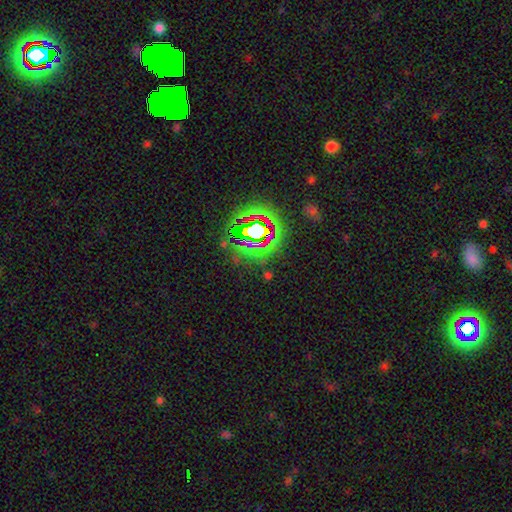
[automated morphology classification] type=star or artifact (72%).